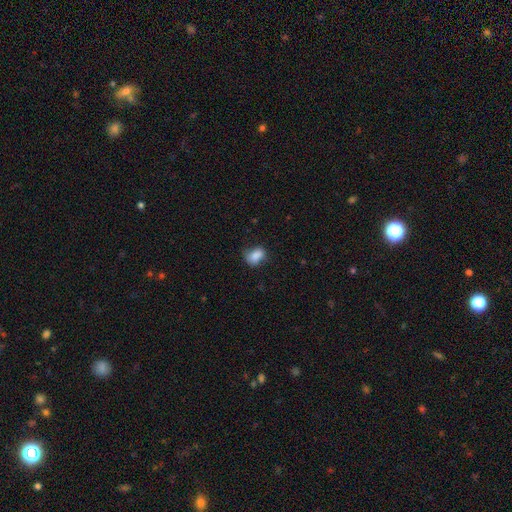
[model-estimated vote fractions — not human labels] smooth 84%, star or artifact 9%, featured or disk 7%. Down the decision tree: how rounded — in between (73%); merging — none (54%).